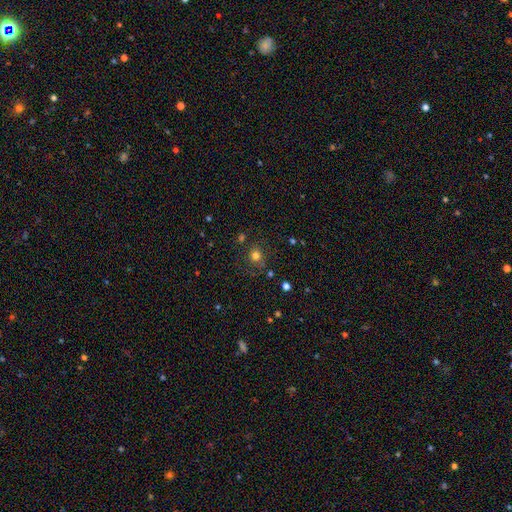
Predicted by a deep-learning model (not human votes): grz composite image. It shows a smooth galaxy with no disk features (75%) that is round (86%). Merging: none (78%).